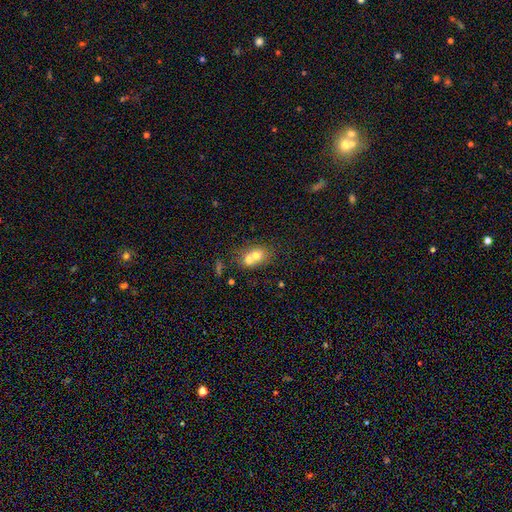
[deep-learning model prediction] Morphology: type=smooth (67%); roundness=round (55%); merging=merger (65%).